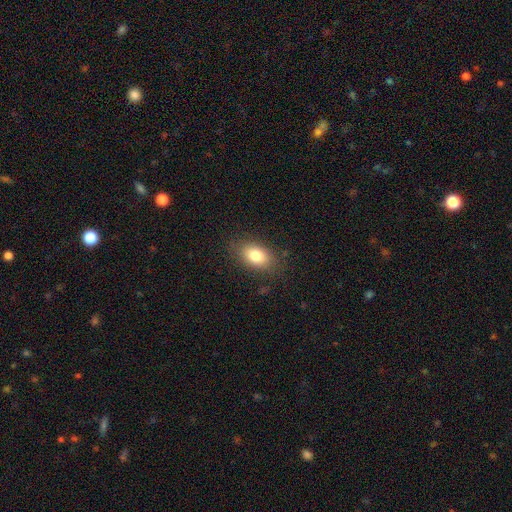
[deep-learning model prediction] This appears to be a smooth galaxy with no disk features (81%) that is in between round and cigar-shaped (86%). Merging: none (82%).